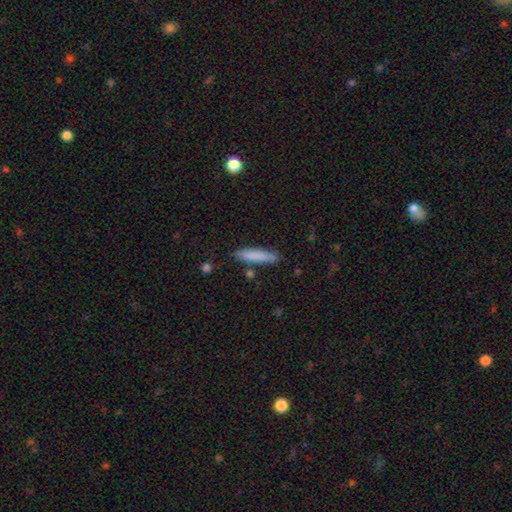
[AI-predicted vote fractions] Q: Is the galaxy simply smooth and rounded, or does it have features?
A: smooth — 82%.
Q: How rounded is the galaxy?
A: cigar-shaped — 86%.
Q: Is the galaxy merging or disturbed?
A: none — 84%.